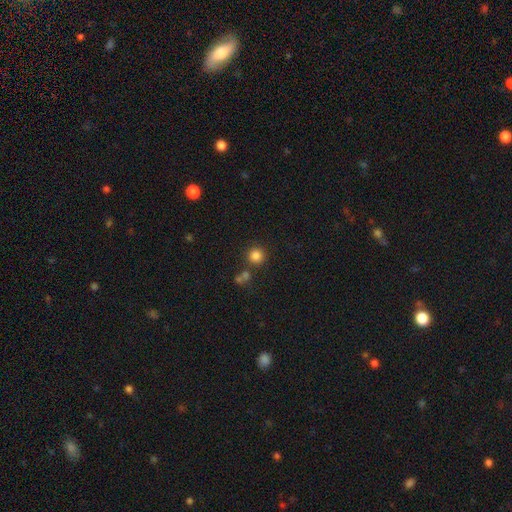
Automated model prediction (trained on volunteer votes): smooth-or-featured: smooth: 83% | star or artifact: 12% | featured or disk: 5%
  how-rounded: round: 94% | in between: 5% | cigar-shaped: 1%
  merging: none: 79% | merger: 10% | minor disturbance: 8% | major disturbance: 3%